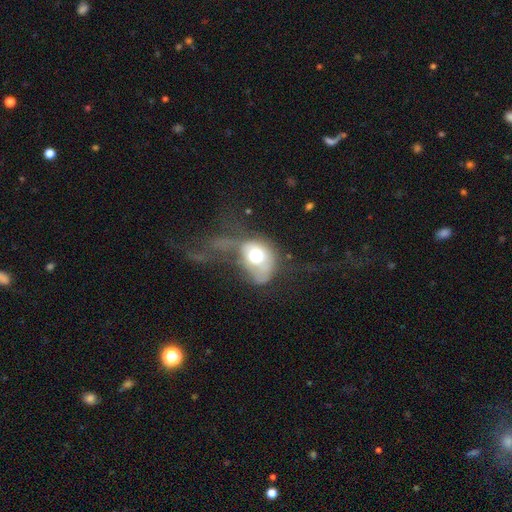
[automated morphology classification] Smooth or featured: smooth — 56% (featured or disk — 34%)
How rounded: in between — 57% (round — 42%)
Merging: major disturbance — 62% (minor disturbance — 16%)